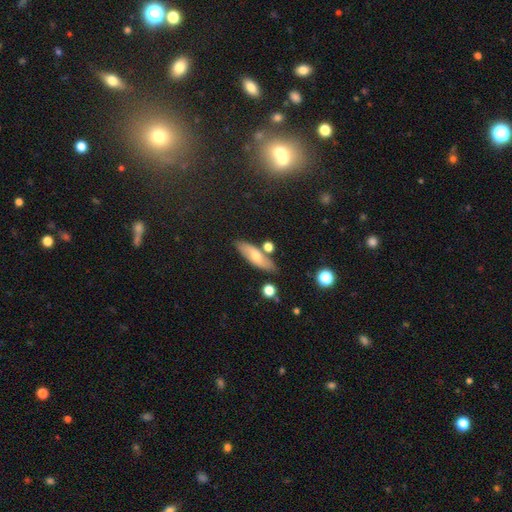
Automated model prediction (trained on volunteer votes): Smooth or featured: smooth — 61% (featured or disk — 32%)
How rounded: in between — 54% (cigar-shaped — 43%)
Merging: none — 76% (minor disturbance — 13%)